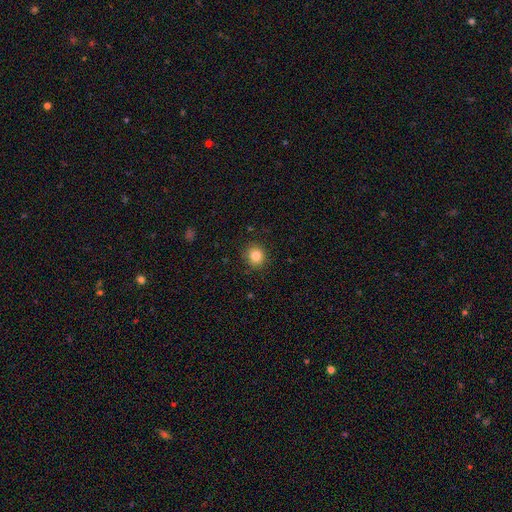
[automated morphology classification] smooth_or_featured: smooth (p=0.84) [alt: star or artifact p=0.11]
how_rounded: round (p=0.85) [alt: in between p=0.14]
merging: none (p=0.90) [alt: minor disturbance p=0.07]